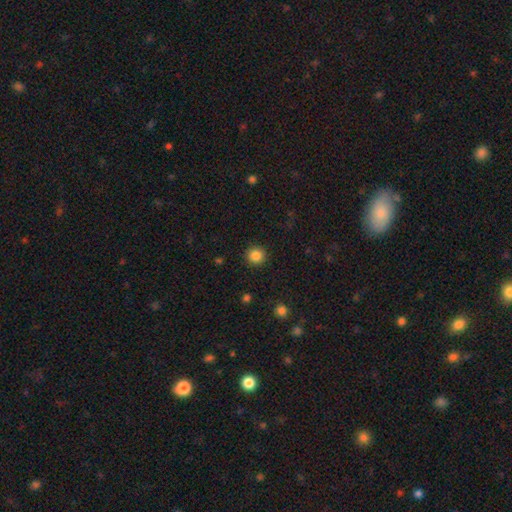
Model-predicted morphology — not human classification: Overall: smooth (85%). How rounded: round (94%). Merging: none (92%).